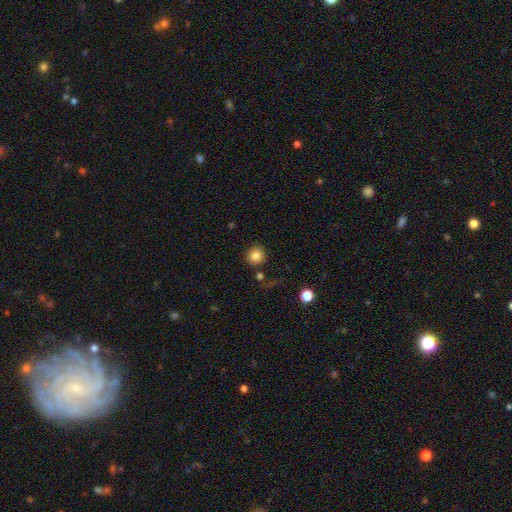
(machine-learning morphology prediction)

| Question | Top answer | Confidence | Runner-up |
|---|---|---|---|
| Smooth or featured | smooth | 82% | star or artifact (10%) |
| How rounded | round | 92% | in between (7%) |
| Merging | none | 86% | minor disturbance (8%) |